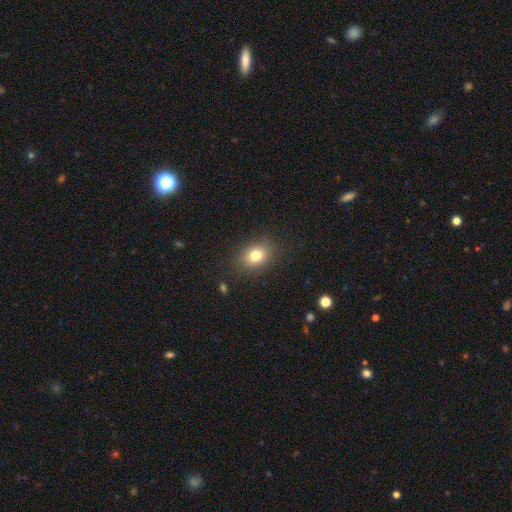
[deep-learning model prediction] Smooth or featured?
  - smooth: 79% *
  - star or artifact: 11%
  - featured or disk: 10%
How rounded?
  - in between: 63% *
  - round: 36%
  - cigar-shaped: 1%
Merging?
  - none: 86% *
  - minor disturbance: 9%
  - major disturbance: 3%
  - merger: 1%